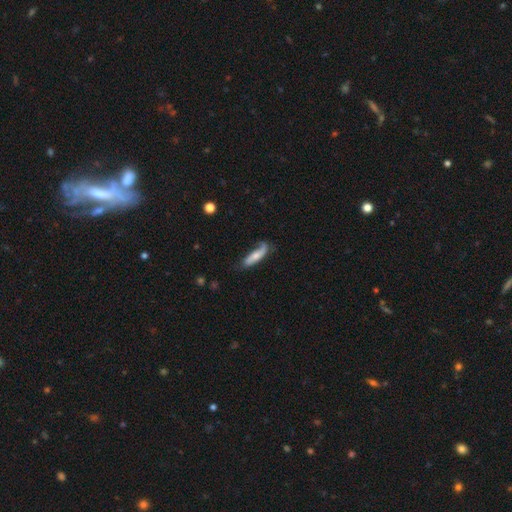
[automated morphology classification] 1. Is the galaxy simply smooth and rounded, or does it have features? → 55% smooth, 38% featured or disk, 6% star or artifact.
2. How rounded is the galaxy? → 64% cigar-shaped, 34% in between, 2% round.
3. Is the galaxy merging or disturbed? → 51% none, 31% minor disturbance, 14% major disturbance, 3% merger.